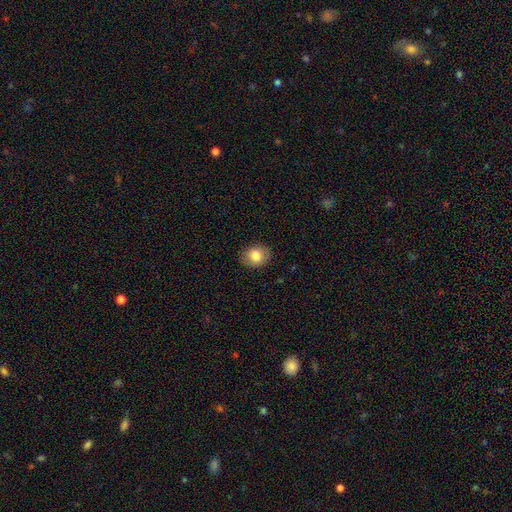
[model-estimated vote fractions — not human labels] Overall: smooth (80%). How rounded: round (53%; in between 46%). Merging: none (86%).